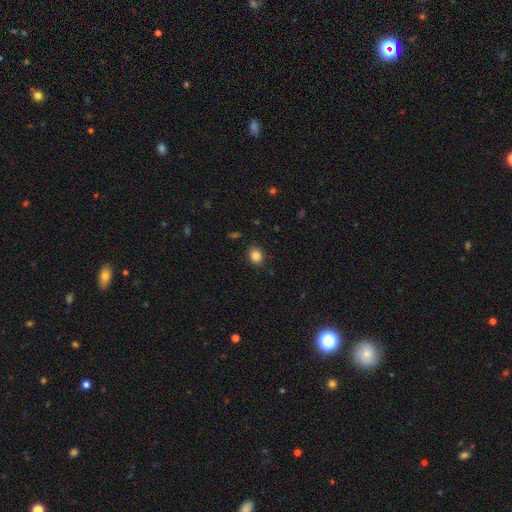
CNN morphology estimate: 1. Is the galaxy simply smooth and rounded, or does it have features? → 86% smooth, 10% star or artifact, 4% featured or disk.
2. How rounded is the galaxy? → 50% round, 49% in between, 1% cigar-shaped.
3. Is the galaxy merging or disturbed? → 84% none, 12% minor disturbance, 3% major disturbance, 1% merger.